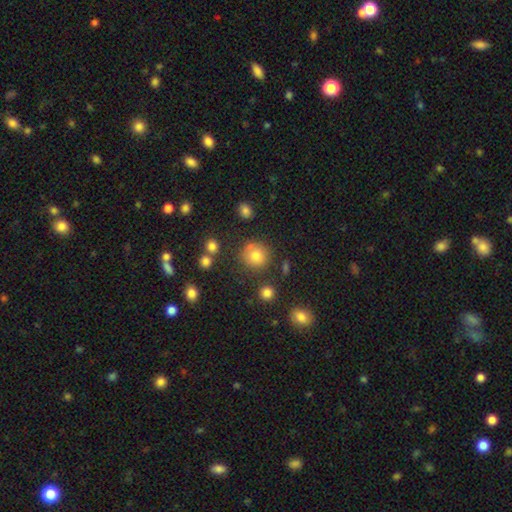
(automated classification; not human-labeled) smooth_or_featured: smooth (p=0.78) [alt: star or artifact p=0.13]
how_rounded: round (p=0.90) [alt: in between p=0.09]
merging: none (p=0.78) [alt: minor disturbance p=0.12]